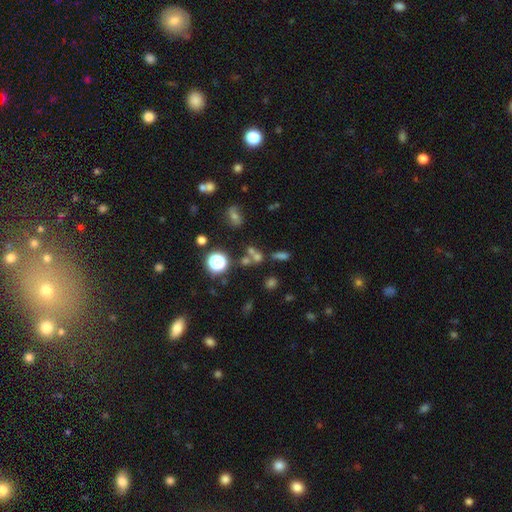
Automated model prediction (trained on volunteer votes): This is possibly a smooth galaxy (49%). Merging: possibly none (54%).